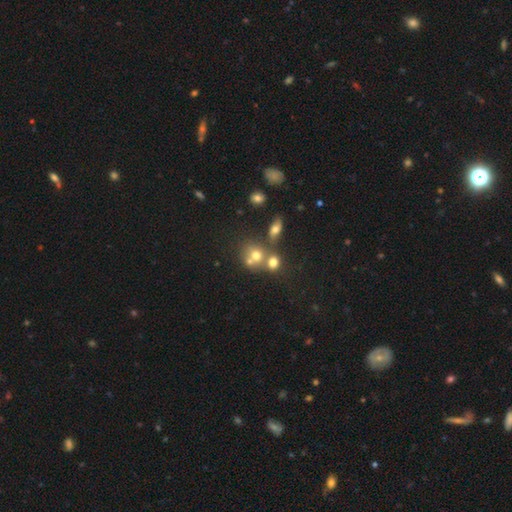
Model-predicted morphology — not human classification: type=smooth (65%); roundness=round (72%); merging=merger (43%).